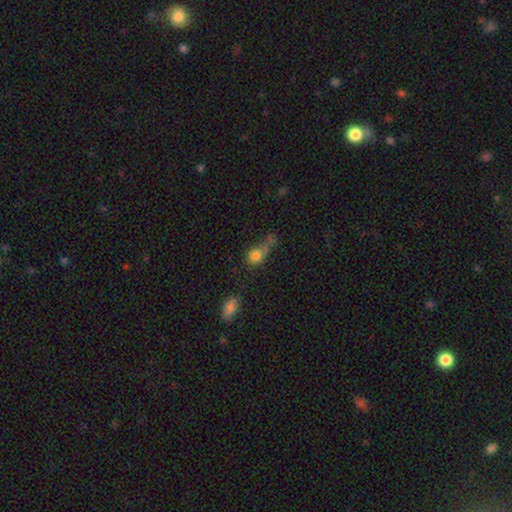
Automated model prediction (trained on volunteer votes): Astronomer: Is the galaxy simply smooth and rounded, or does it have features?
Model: smooth — 78%.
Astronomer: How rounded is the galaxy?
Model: round — 64%.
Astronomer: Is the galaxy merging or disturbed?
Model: none — 33% (runner-up: merger, 32%).